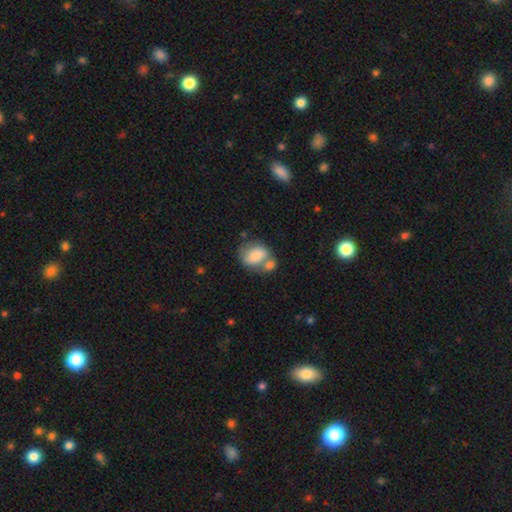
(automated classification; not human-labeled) This is likely a smooth galaxy (73%). How rounded: likely in between (66%). Merging: possibly merger (46%).